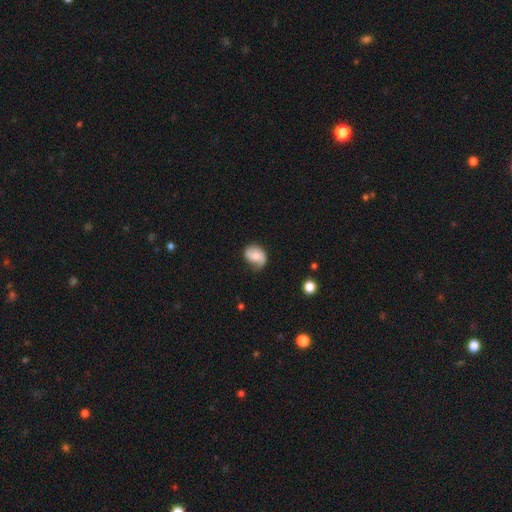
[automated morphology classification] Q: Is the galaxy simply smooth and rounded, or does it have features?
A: featured or disk — 47%.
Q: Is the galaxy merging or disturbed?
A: none — 56%.